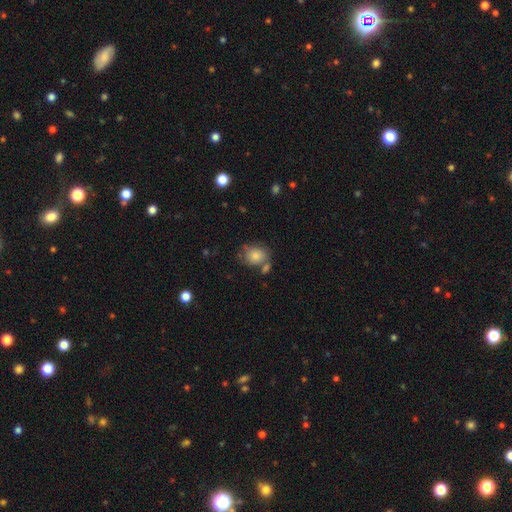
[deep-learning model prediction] Smooth or featured: smooth — 79% (featured or disk — 13%)
How rounded: round — 54% (in between — 45%)
Merging: none — 52% (minor disturbance — 20%)